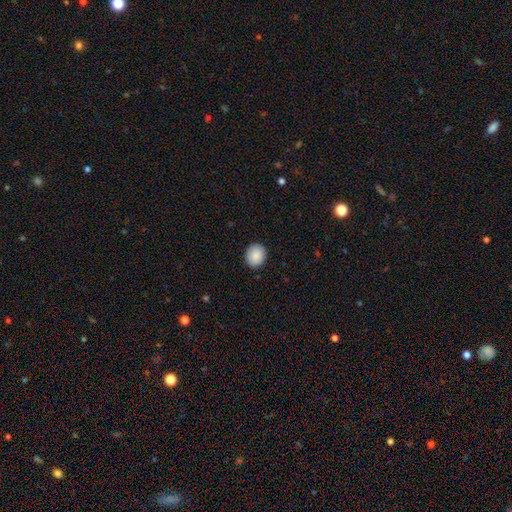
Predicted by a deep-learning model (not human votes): A smooth galaxy with no disk features (89%) that is round (71%). Merging: none (90%).